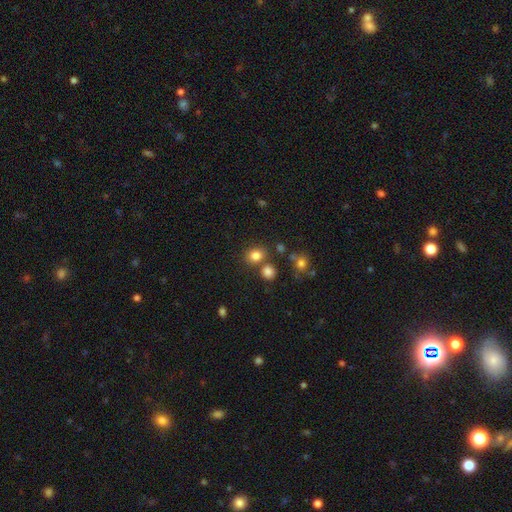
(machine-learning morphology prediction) Overall: smooth (81%). How rounded: round (60%; in between 39%). Merging: none (70%).